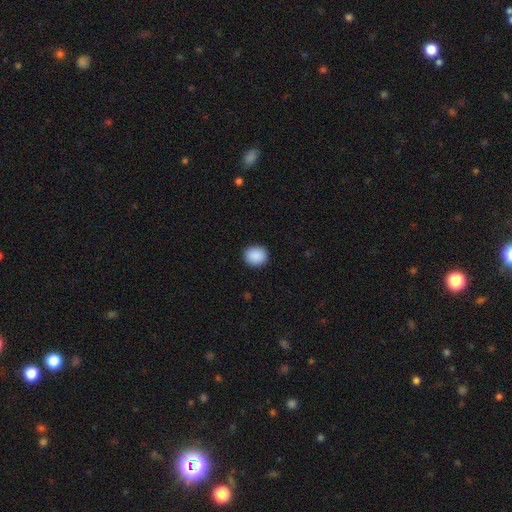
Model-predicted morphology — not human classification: smooth-or-featured: smooth: 90% | star or artifact: 7% | featured or disk: 2%
  how-rounded: round: 81% | in between: 18% | cigar-shaped: 1%
  merging: none: 91% | minor disturbance: 6% | major disturbance: 2% | merger: 1%